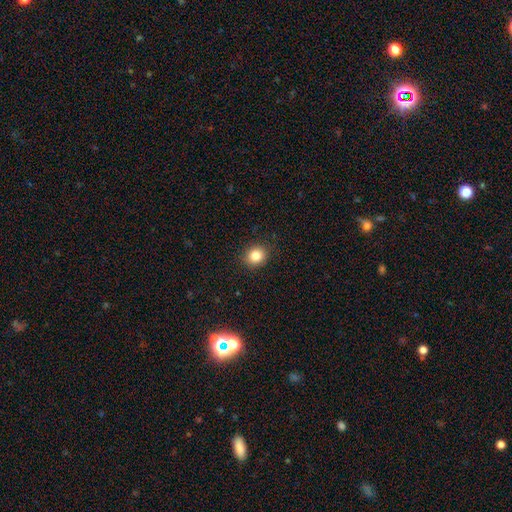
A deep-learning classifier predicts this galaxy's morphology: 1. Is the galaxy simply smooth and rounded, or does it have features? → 84% smooth, 11% star or artifact, 5% featured or disk.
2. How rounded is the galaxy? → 76% round, 23% in between, 1% cigar-shaped.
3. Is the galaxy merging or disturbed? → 90% none, 7% minor disturbance, 2% major disturbance, 1% merger.